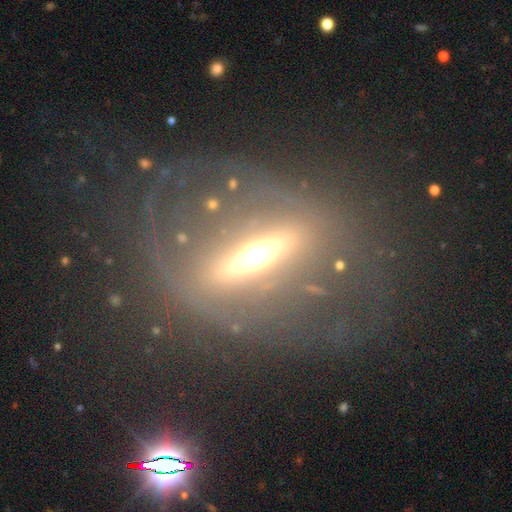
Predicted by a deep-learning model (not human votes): Smooth or featured?
  - featured or disk: 80% *
  - smooth: 12%
  - star or artifact: 8%
Edge-on disk?
  - yes: 66% *
  - no: 34%
Edge-on bulge?
  - rounded: 88% *
  - boxy: 7%
  - none: 5%
Merging?
  - none: 61% *
  - major disturbance: 22%
  - minor disturbance: 14%
  - merger: 3%